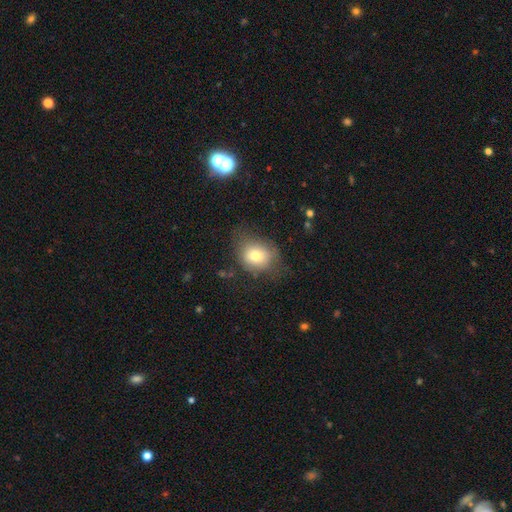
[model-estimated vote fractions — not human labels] Smooth or featured? smooth (74%)
How rounded? round (57%)
Merging? none (59%)